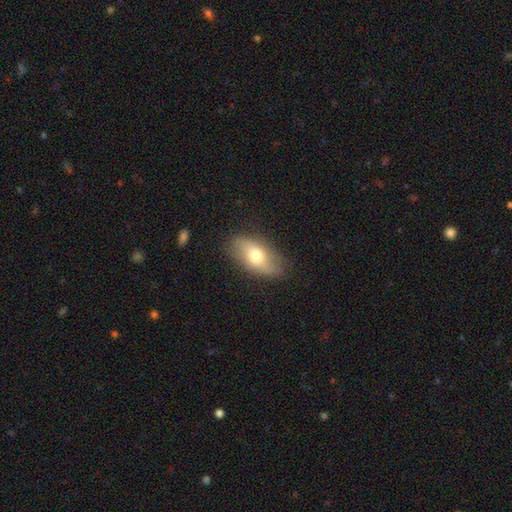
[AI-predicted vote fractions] A smooth galaxy with no disk features (63%) that is in between round and cigar-shaped (88%).

Vote fractions:
- Smooth or featured? smooth: 63% / featured or disk: 29% / star or artifact: 7%
- How rounded? in between: 88% / cigar-shaped: 7% / round: 6%
- Merging? none: 82% / minor disturbance: 14% / major disturbance: 4% / merger: 1%